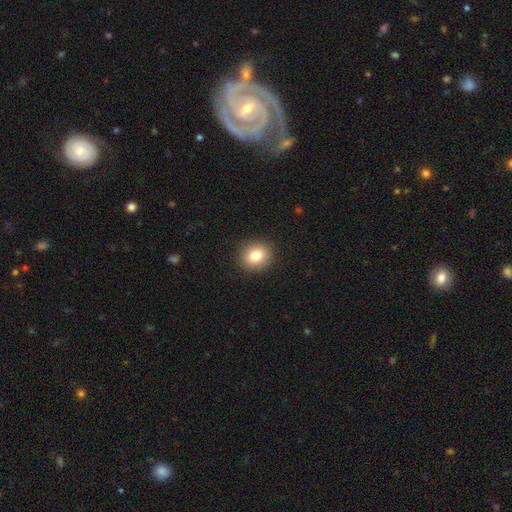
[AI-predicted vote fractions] The model was most divided on "how rounded": round: 72%, in between: 27%, cigar-shaped: 1%. More confident: merging — none (91%); smooth or featured — smooth (83%).